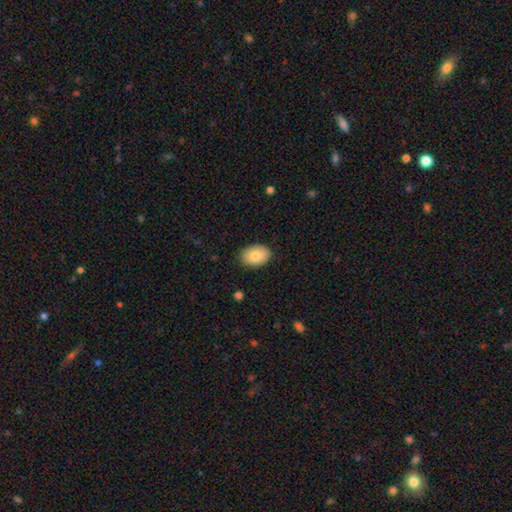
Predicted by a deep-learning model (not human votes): Smooth or featured?
  - smooth: 85% *
  - featured or disk: 8%
  - star or artifact: 7%
How rounded?
  - in between: 85% *
  - round: 14%
  - cigar-shaped: 1%
Merging?
  - none: 86% *
  - minor disturbance: 11%
  - major disturbance: 2%
  - merger: 1%